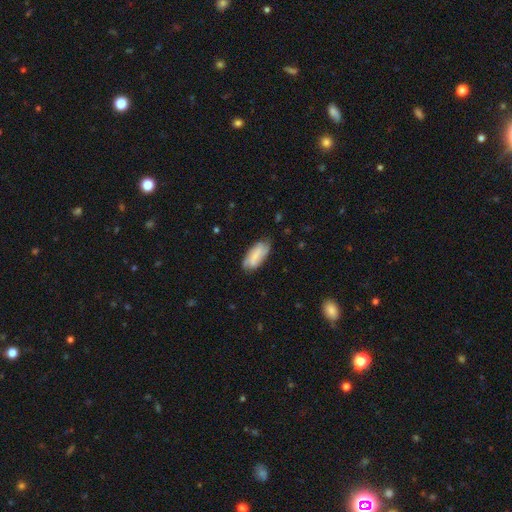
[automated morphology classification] smooth 65%, featured or disk 29%, star or artifact 7%. Down the decision tree: how rounded — in between (86%); merging — none (69%).